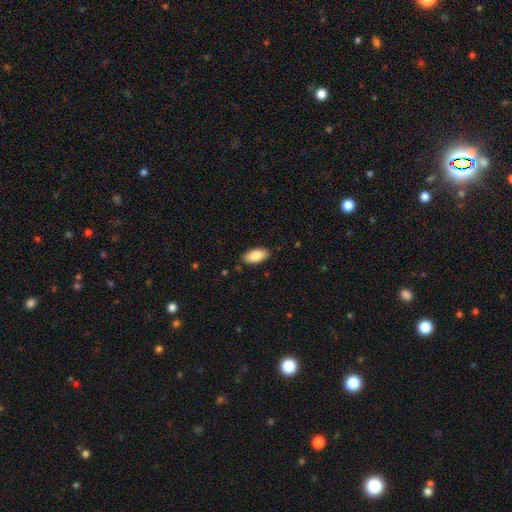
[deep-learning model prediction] The model was most divided on "merging": none: 86%, minor disturbance: 11%, major disturbance: 2%, merger: 1%. More confident: how rounded — in between (92%); smooth or featured — smooth (88%).